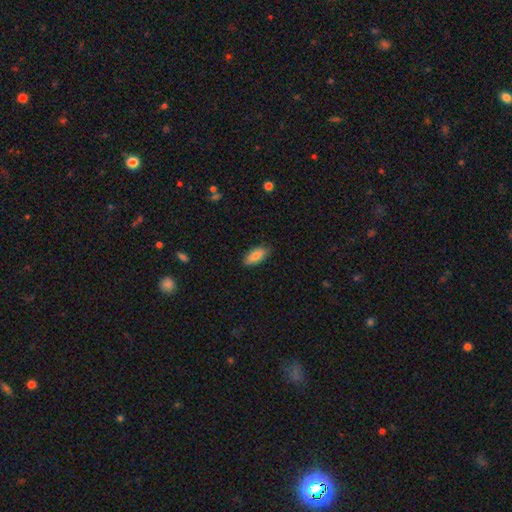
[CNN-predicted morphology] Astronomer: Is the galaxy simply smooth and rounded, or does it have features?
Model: smooth — 83%.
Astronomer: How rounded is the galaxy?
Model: in between — 81%.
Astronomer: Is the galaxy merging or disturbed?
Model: none — 85%.